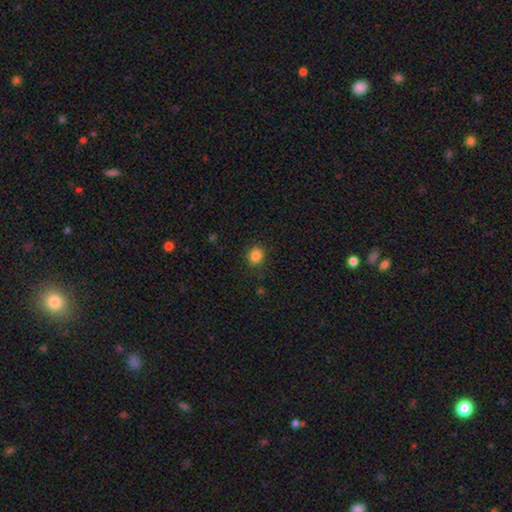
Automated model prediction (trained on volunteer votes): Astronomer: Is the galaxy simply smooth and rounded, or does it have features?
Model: smooth — 85%.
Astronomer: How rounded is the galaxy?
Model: round — 75%.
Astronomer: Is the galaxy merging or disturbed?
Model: none — 89%.